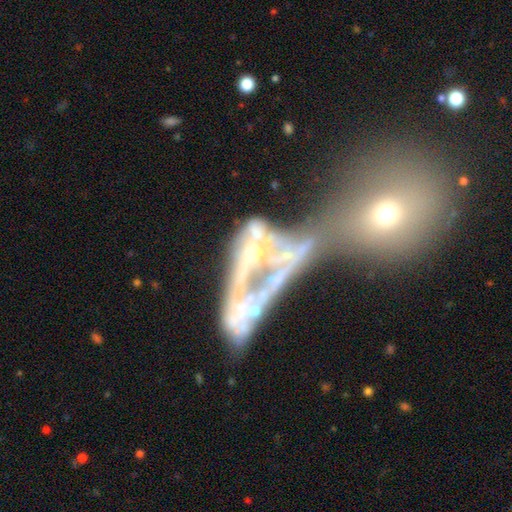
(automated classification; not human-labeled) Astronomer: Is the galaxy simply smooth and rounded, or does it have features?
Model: featured or disk — 63%.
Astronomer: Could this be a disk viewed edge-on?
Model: no — 89%.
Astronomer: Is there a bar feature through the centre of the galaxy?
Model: no — 83%.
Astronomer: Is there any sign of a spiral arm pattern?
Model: no — 77%.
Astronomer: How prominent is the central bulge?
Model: none — 42% (runner-up: small, 31%).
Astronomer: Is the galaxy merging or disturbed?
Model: merger — 53%.